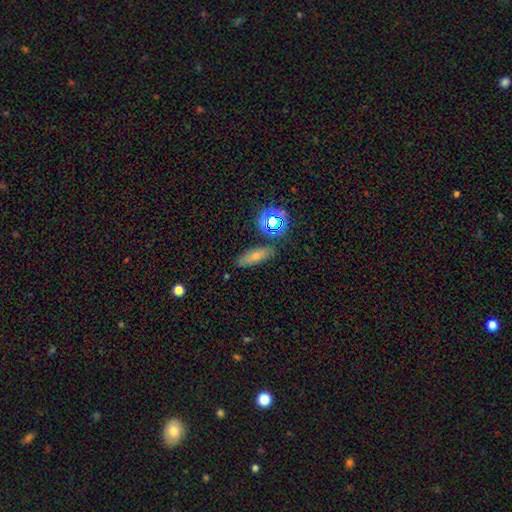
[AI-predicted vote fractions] The model was most divided on "how rounded": in between: 53%, cigar-shaped: 39%, round: 7%. More confident: merging — none (81%); smooth or featured — smooth (69%).